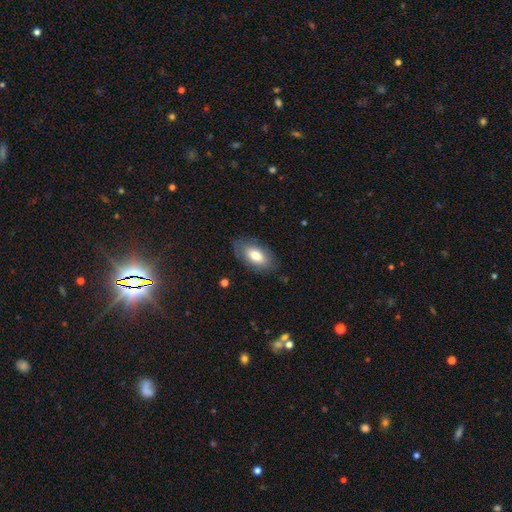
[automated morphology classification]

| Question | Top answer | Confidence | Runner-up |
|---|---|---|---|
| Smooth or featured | smooth | 75% | featured or disk (18%) |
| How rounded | in between | 93% | round (4%) |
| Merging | none | 80% | minor disturbance (14%) |